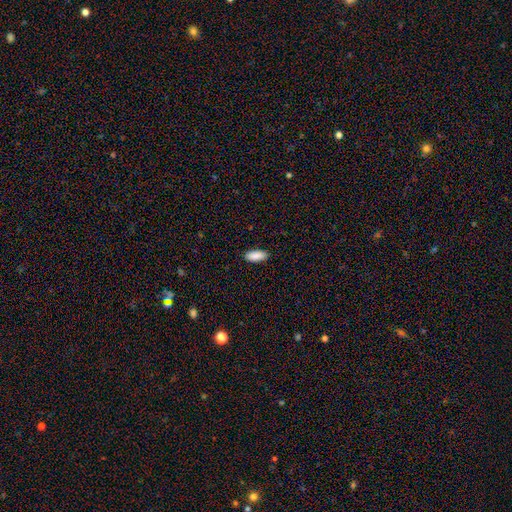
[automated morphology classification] Smooth or featured?
  - smooth: 90% *
  - star or artifact: 6%
  - featured or disk: 4%
How rounded?
  - in between: 85% *
  - cigar-shaped: 13%
  - round: 2%
Merging?
  - none: 90% *
  - minor disturbance: 8%
  - major disturbance: 2%
  - merger: 1%